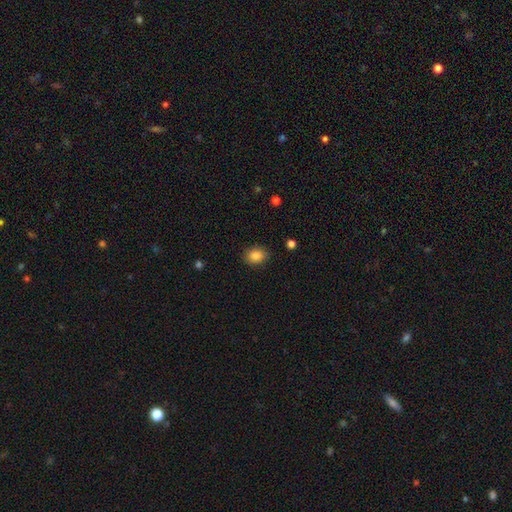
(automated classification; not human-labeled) The model was most divided on "how rounded": in between: 58%, round: 41%, cigar-shaped: 1%. More confident: merging — none (86%); smooth or featured — smooth (85%).